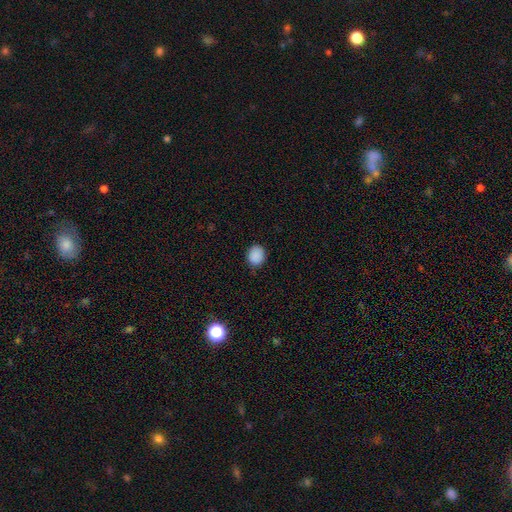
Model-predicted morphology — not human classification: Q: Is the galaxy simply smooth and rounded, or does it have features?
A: smooth — 88%.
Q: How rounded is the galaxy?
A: round — 63%.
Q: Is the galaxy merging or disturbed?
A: none — 85%.